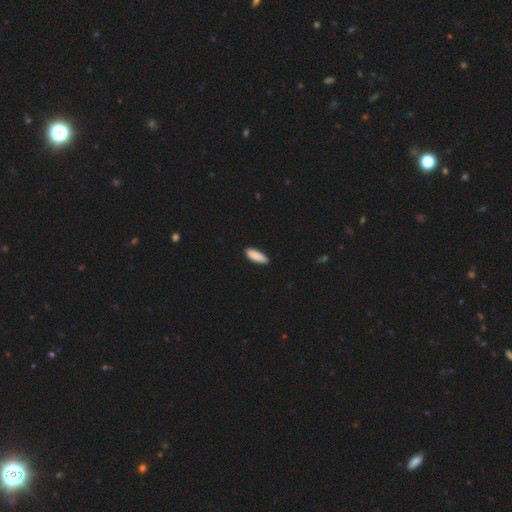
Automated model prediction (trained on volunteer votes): Q: Smooth or featured?
A: smooth (90%); runner-up: star or artifact (6%)
Q: How rounded?
A: in between (60%); runner-up: cigar-shaped (39%)
Q: Merging?
A: none (88%); runner-up: minor disturbance (10%)